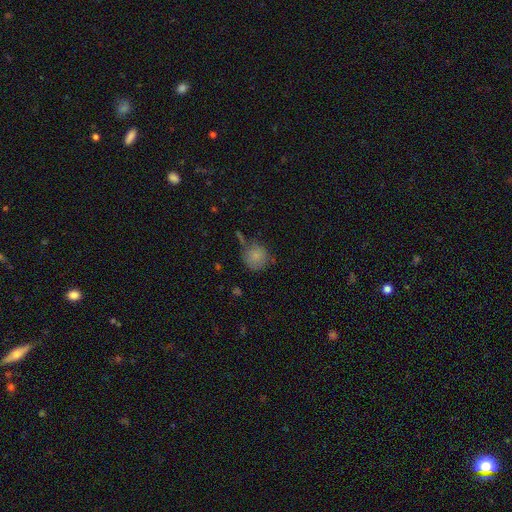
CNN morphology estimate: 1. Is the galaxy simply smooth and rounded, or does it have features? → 82% smooth, 9% star or artifact, 9% featured or disk.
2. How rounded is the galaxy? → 89% round, 10% in between, 1% cigar-shaped.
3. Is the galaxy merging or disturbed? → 64% none, 20% minor disturbance, 9% merger, 7% major disturbance.